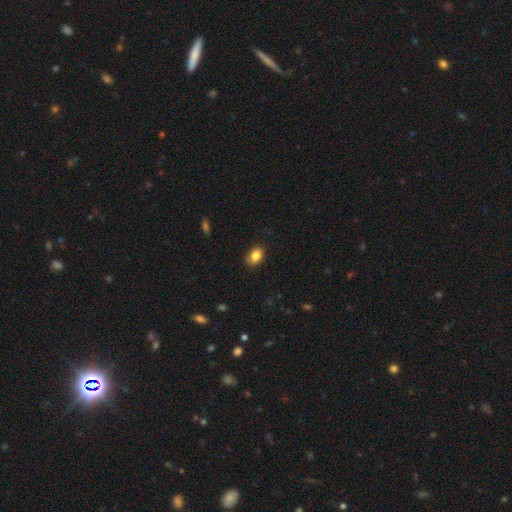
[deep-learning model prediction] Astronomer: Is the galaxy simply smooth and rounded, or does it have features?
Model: smooth — 85%.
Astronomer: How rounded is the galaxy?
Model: in between — 77%.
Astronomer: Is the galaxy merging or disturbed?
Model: none — 82%.